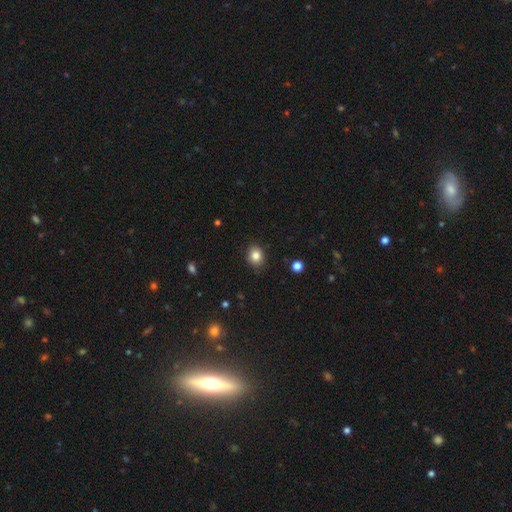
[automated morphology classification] A smooth galaxy with no disk features (84%) that is round (58%).

Vote fractions:
- Smooth or featured? smooth: 84% / star or artifact: 10% / featured or disk: 6%
- How rounded? round: 58% / in between: 41% / cigar-shaped: 1%
- Merging? none: 86% / minor disturbance: 11% / major disturbance: 2% / merger: 1%